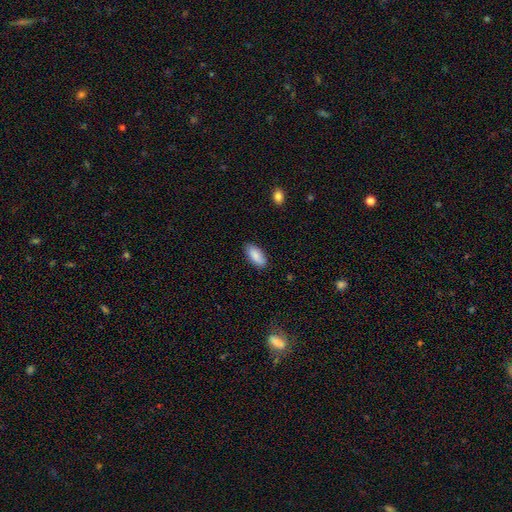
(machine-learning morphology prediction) This is clearly a smooth galaxy (87%). How rounded: clearly in between (90%). Merging: clearly none (85%).